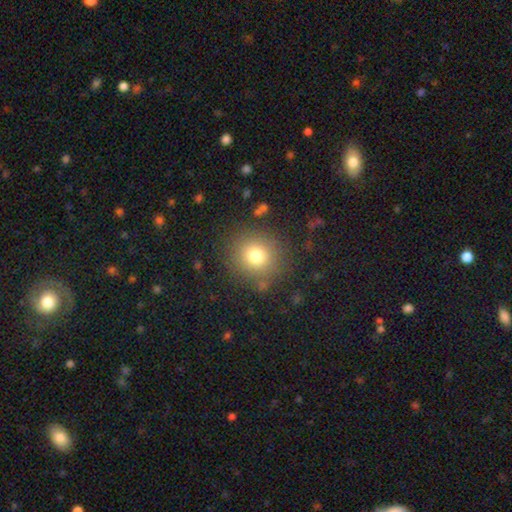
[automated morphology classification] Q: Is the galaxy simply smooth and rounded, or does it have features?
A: smooth — 76%.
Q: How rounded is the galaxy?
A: round — 92%.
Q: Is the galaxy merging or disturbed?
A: none — 84%.